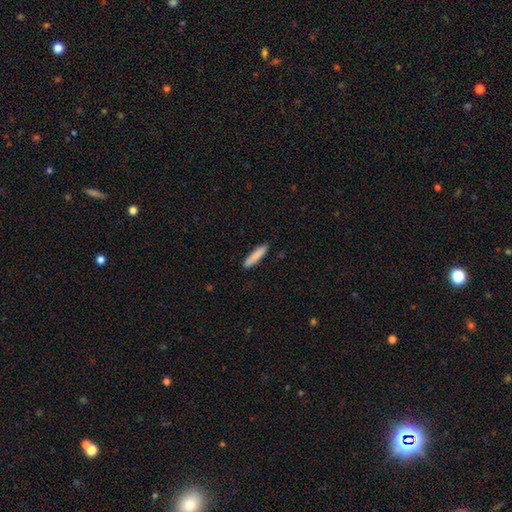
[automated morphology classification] Smooth or featured? smooth (85%)
How rounded? cigar-shaped (87%)
Merging? none (89%)